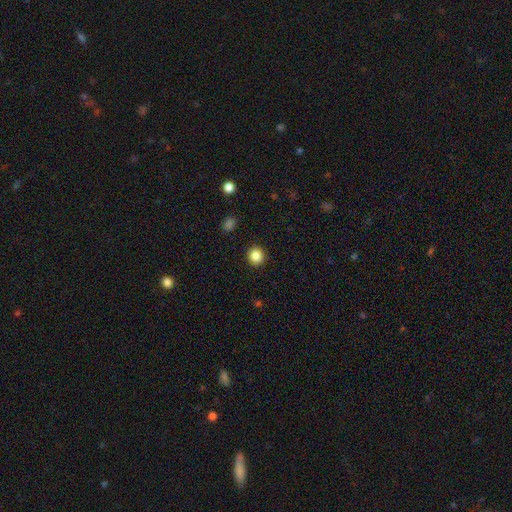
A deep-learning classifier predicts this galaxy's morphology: smooth-or-featured: smooth: 87% | star or artifact: 10% | featured or disk: 3%
  how-rounded: round: 91% | in between: 8% | cigar-shaped: 1%
  merging: none: 93% | minor disturbance: 5% | major disturbance: 2% | merger: 1%